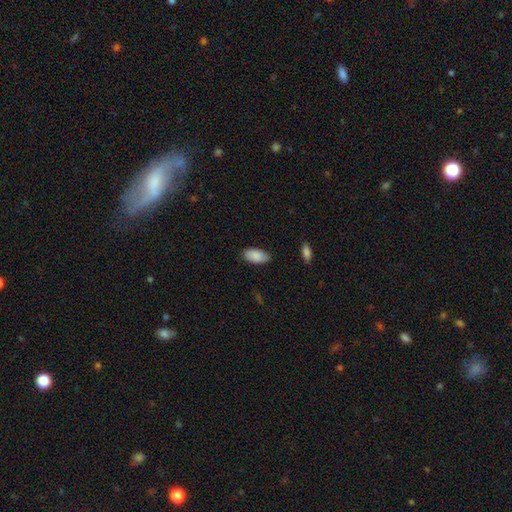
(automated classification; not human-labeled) Overall: smooth (89%). How rounded: in between (94%). Merging: none (84%).